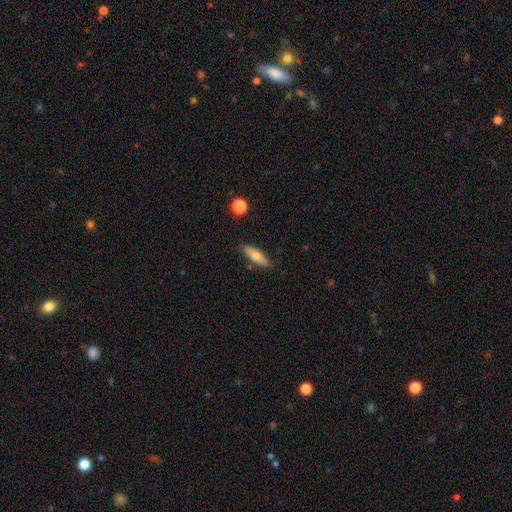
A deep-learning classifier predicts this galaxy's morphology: Smooth or featured? smooth (67%)
How rounded? cigar-shaped (49%)
Merging? none (83%)